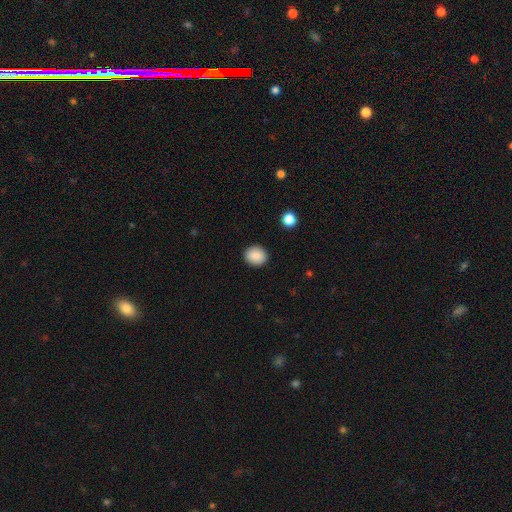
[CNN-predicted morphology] Overall: smooth (88%). How rounded: round (73%). Merging: none (91%).